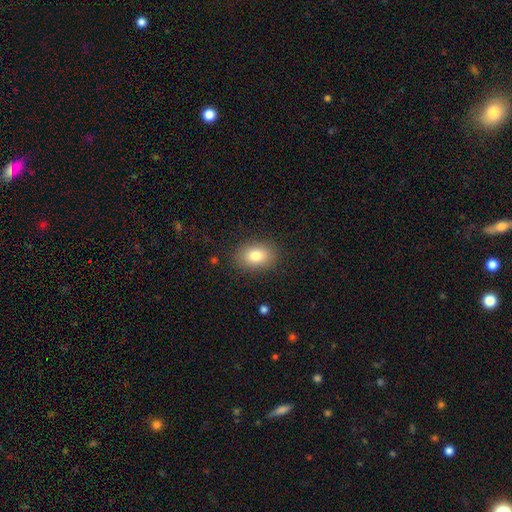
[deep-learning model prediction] Smooth or featured: smooth — 82% (featured or disk — 9%)
How rounded: in between — 80% (round — 19%)
Merging: none — 86% (minor disturbance — 10%)